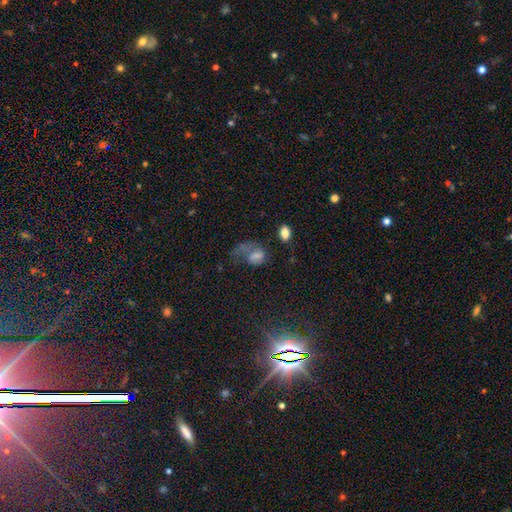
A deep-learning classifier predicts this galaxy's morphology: Q: Smooth or featured?
A: smooth (43%); runner-up: featured or disk (30%)
Q: Merging?
A: major disturbance (43%); runner-up: none (28%)